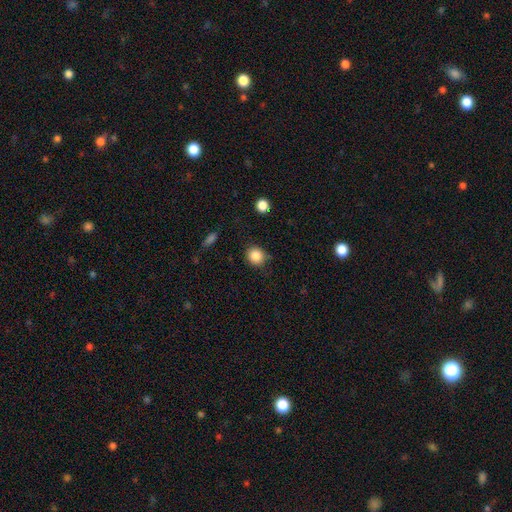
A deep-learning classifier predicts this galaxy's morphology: smooth 86%, star or artifact 10%, featured or disk 5%. Down the decision tree: how rounded — round (82%); merging — none (81%).